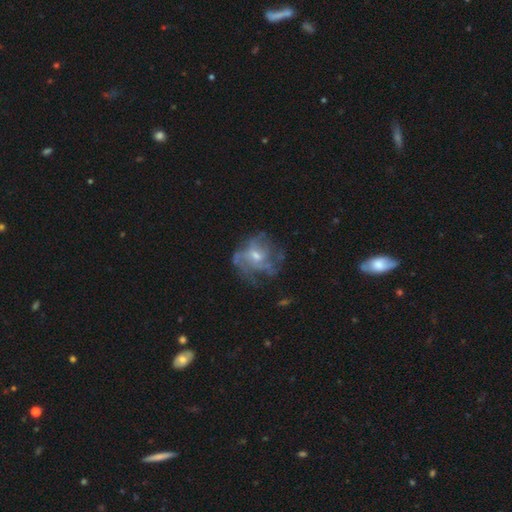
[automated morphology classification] type=featured or disk (65%); edge-on=no (98%); bar=no (68%); spiral arms=no (52%); bulge=small (49%); merging=none (48%).